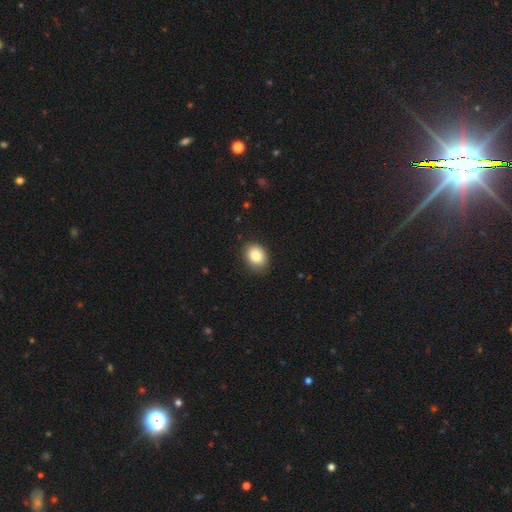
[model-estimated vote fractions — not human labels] Smooth or featured? smooth (84%)
How rounded? in between (57%)
Merging? none (84%)